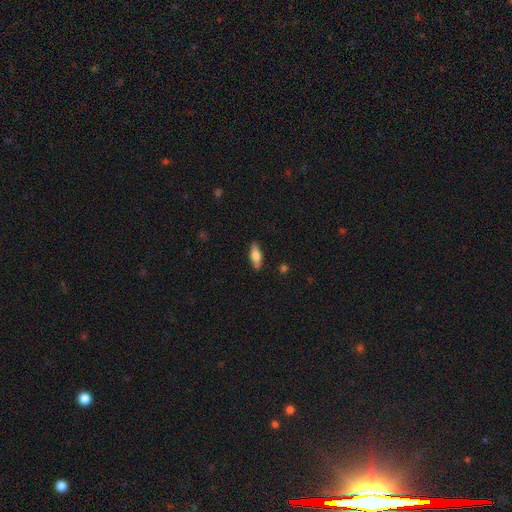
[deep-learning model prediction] This is likely a smooth galaxy (67%). How rounded: likely in between (69%). Merging: clearly none (83%).